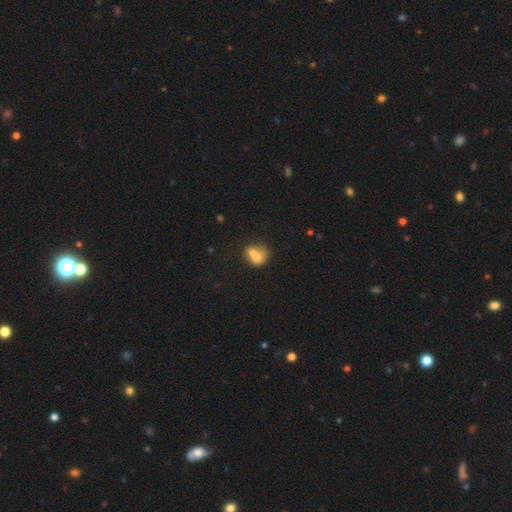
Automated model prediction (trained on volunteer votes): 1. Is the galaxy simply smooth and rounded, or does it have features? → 68% smooth, 22% featured or disk, 10% star or artifact.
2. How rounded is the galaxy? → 62% round, 37% in between, 1% cigar-shaped.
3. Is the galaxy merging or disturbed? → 64% merger, 23% none, 8% minor disturbance, 5% major disturbance.